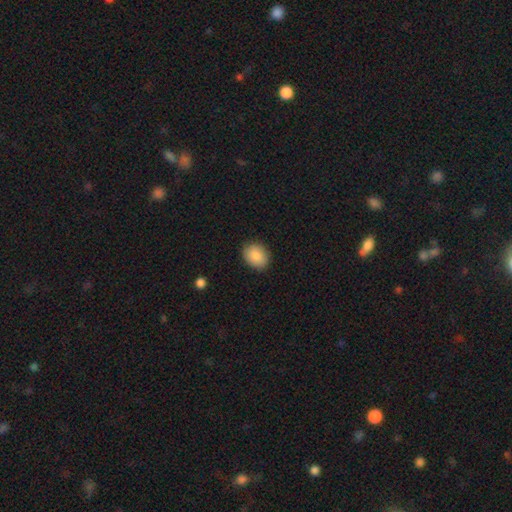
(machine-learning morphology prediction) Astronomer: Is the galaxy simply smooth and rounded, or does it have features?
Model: smooth — 88%.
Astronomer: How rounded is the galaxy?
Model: in between — 54% (runner-up: round, 46%).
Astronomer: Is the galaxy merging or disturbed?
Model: none — 87%.